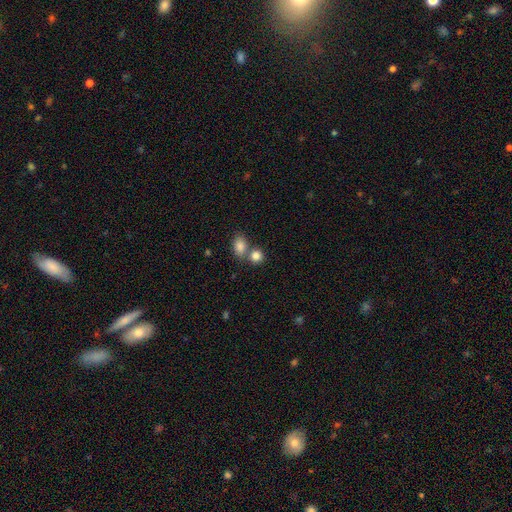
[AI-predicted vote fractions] Smooth or featured: smooth — 84% (star or artifact — 10%)
How rounded: round — 65% (in between — 34%)
Merging: none — 50% (merger — 39%)